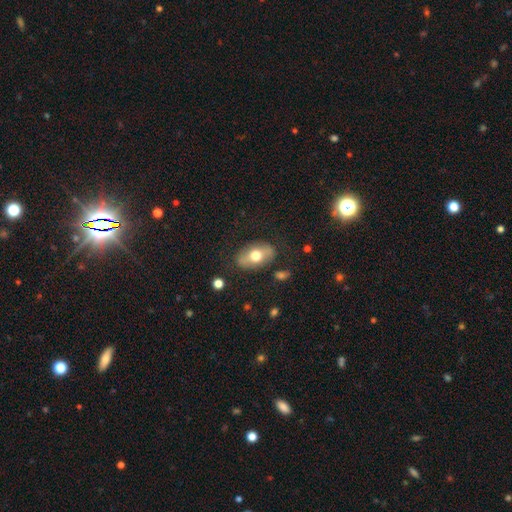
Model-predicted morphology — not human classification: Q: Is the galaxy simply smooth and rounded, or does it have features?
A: smooth — 59%.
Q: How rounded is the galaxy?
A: in between — 87%.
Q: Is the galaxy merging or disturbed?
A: none — 80%.